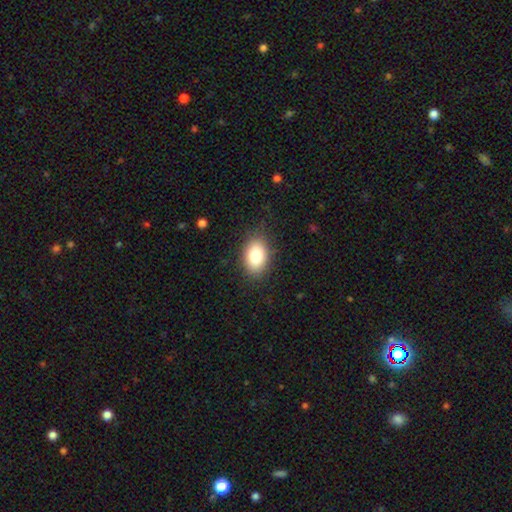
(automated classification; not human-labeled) smooth-or-featured: smooth: 82% | featured or disk: 10% | star or artifact: 8%
  how-rounded: in between: 85% | round: 13% | cigar-shaped: 1%
  merging: none: 85% | minor disturbance: 11% | major disturbance: 3% | merger: 1%